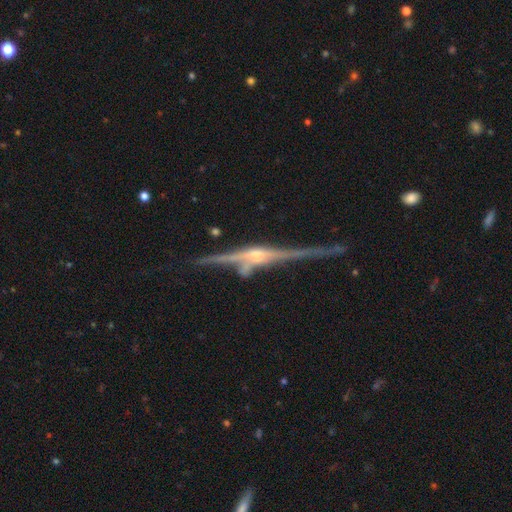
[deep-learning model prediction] featured or disk 88%, star or artifact 6%, smooth 6%. Down the decision tree: edge-on disk — yes (97%); edge-on bulge — rounded (78%); merging — none (71%).